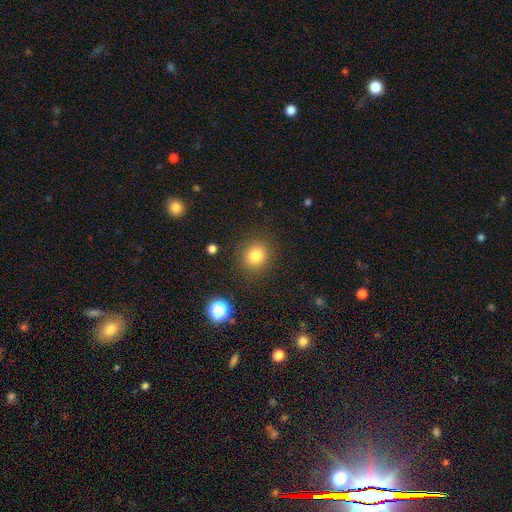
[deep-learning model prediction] Q: Smooth or featured?
A: smooth (81%); runner-up: star or artifact (13%)
Q: How rounded?
A: round (86%); runner-up: in between (13%)
Q: Merging?
A: none (87%); runner-up: minor disturbance (8%)